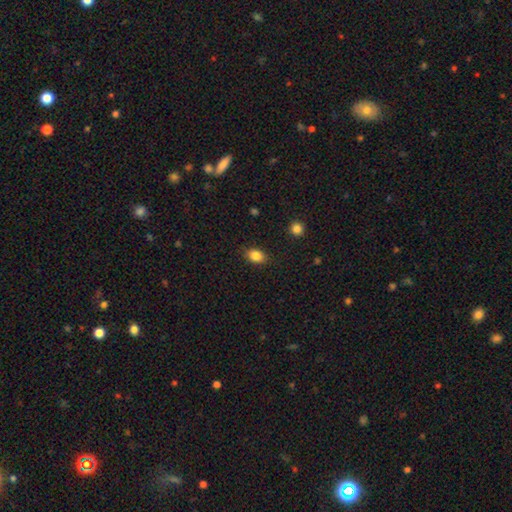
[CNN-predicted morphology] Smooth or featured?
  - smooth: 85% *
  - star or artifact: 9%
  - featured or disk: 6%
How rounded?
  - in between: 75% *
  - round: 23%
  - cigar-shaped: 1%
Merging?
  - none: 86% *
  - minor disturbance: 11%
  - major disturbance: 3%
  - merger: 1%